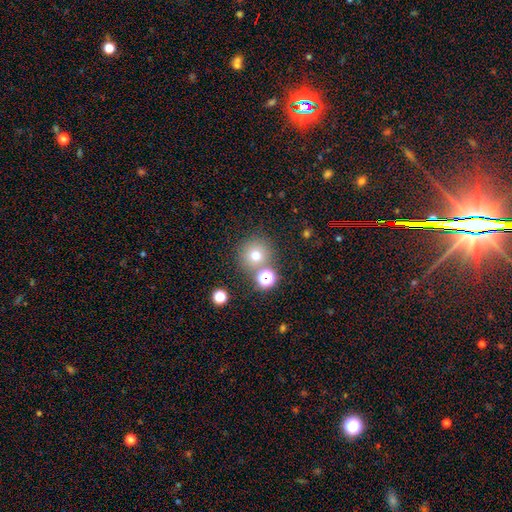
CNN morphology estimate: Smooth or featured?
  - smooth: 70% *
  - star or artifact: 20%
  - featured or disk: 10%
How rounded?
  - round: 93% *
  - in between: 6%
  - cigar-shaped: 1%
Merging?
  - none: 74% *
  - merger: 15%
  - minor disturbance: 8%
  - major disturbance: 4%